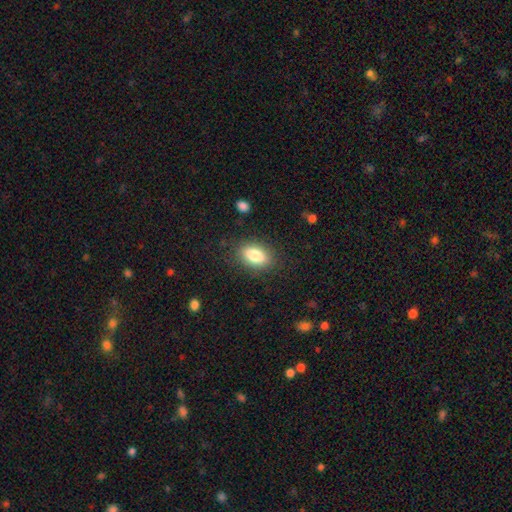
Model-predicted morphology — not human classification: The model was most divided on "merging": none: 85%, minor disturbance: 10%, major disturbance: 3%, merger: 1%. More confident: how rounded — in between (89%); smooth or featured — smooth (83%).